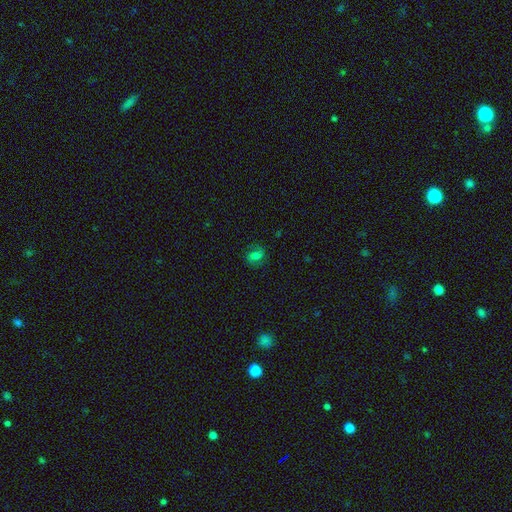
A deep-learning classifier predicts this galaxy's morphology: Overall: smooth (52%; featured or disk 32%). How rounded: round (49%, tied with in between). Merging: none (76%).